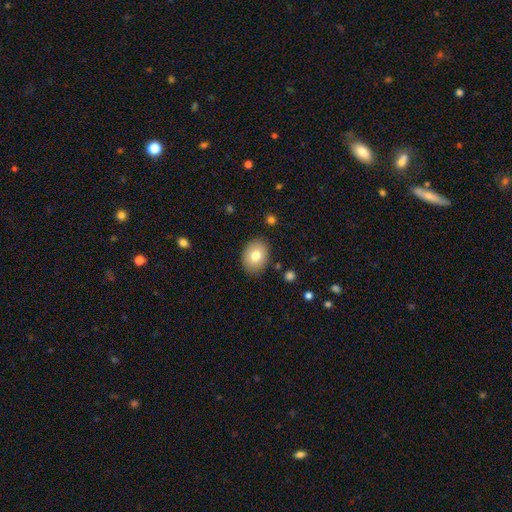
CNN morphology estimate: Smooth or featured? Predicted: smooth (p=0.78). How rounded? Predicted: in between (p=0.63). Merging? Predicted: none (p=0.86).